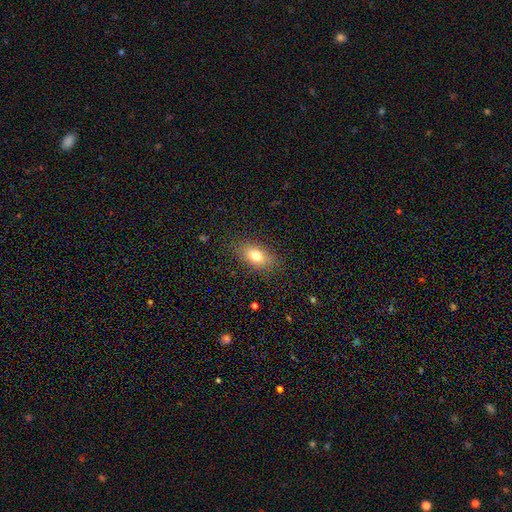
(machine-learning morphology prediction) Overall: smooth (77%). How rounded: in between (84%). Merging: none (85%).